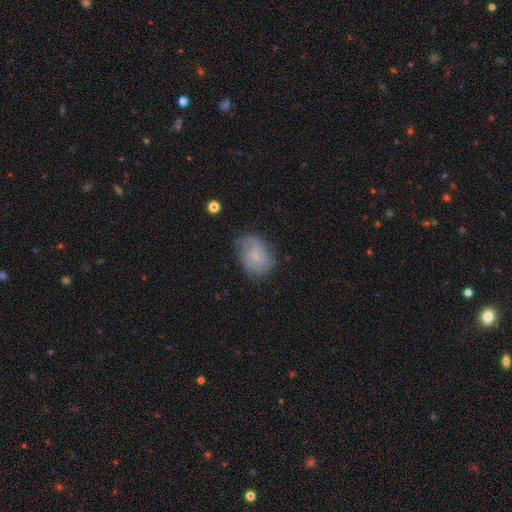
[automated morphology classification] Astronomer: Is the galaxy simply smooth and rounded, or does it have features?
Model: featured or disk — 54% (runner-up: smooth, 37%).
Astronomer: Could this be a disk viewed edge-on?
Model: no — 97%.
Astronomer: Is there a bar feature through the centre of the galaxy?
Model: no — 73%.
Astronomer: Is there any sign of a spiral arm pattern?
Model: yes — 84%.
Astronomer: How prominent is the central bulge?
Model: small — 77%.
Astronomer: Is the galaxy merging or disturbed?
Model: none — 63%.